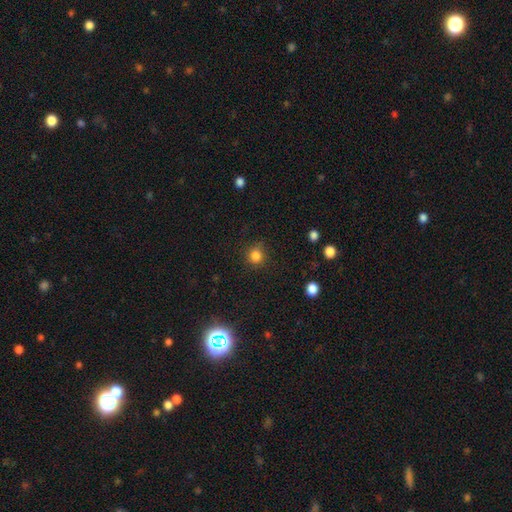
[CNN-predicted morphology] smooth 83%, star or artifact 13%, featured or disk 4%. Down the decision tree: how rounded — round (89%); merging — none (84%).